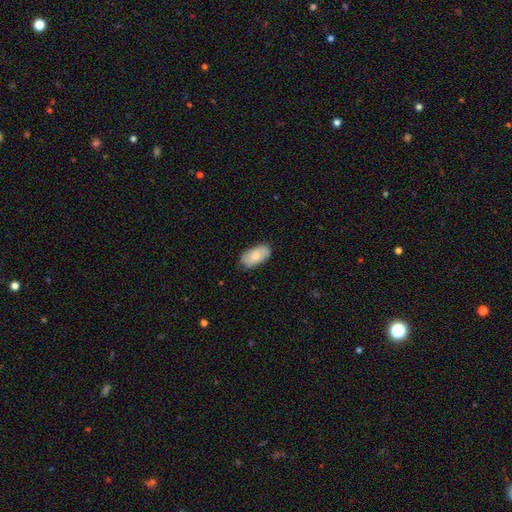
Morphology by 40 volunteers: This is likely a smooth galaxy (62%). How rounded: clearly in between (96%). Merging: likely none (64%).